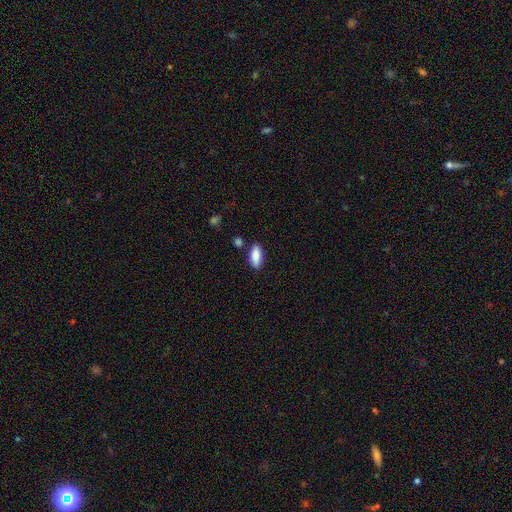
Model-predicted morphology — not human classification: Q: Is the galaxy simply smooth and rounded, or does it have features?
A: smooth — 87%.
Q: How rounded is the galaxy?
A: in between — 85%.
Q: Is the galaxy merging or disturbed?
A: none — 83%.